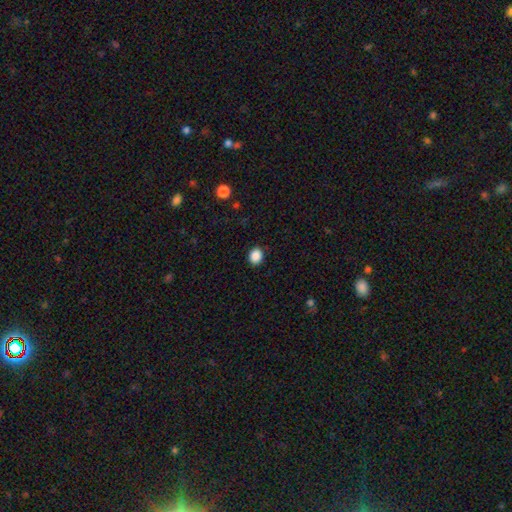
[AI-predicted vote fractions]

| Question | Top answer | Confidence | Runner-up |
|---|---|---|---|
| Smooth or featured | smooth | 88% | star or artifact (9%) |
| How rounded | round | 58% | in between (41%) |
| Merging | none | 89% | minor disturbance (8%) |